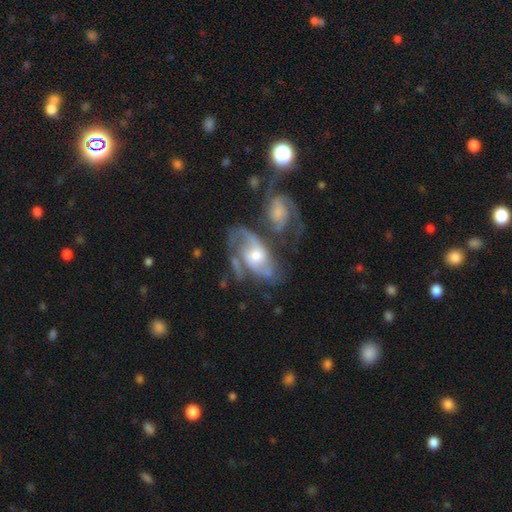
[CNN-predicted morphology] Smooth or featured? Predicted: featured or disk (p=0.82). Edge-on disk? Predicted: no (p=0.95). Bar? Predicted: no (p=0.62). Spiral arms? Predicted: yes (p=0.92). Spiral winding? Predicted: medium (p=0.49). Spiral arm count? Predicted: 2 (p=0.58). Bulge size? Predicted: moderate (p=0.62). Merging? Predicted: none (p=0.34).